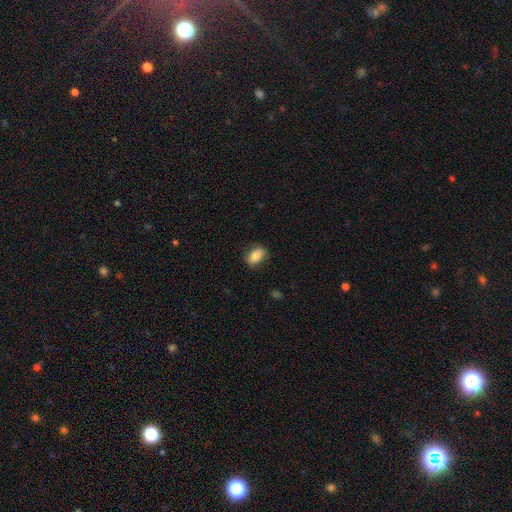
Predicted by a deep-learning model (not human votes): Smooth or featured?
  - smooth: 82% *
  - featured or disk: 11%
  - star or artifact: 7%
How rounded?
  - in between: 86% *
  - round: 11%
  - cigar-shaped: 3%
Merging?
  - none: 78% *
  - minor disturbance: 17%
  - major disturbance: 4%
  - merger: 1%